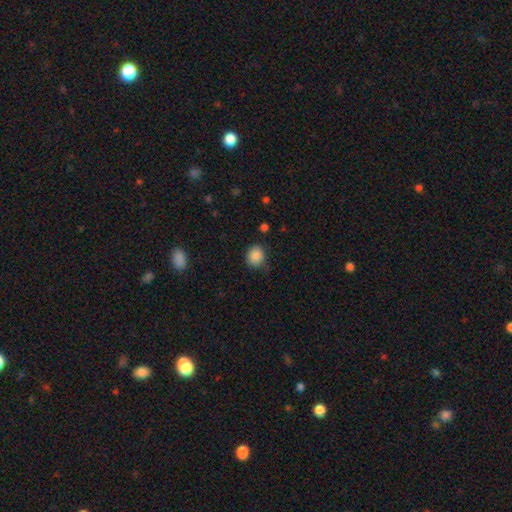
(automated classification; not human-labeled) A smooth galaxy with no disk features (86%) that is round (71%). Merging: none (78%).